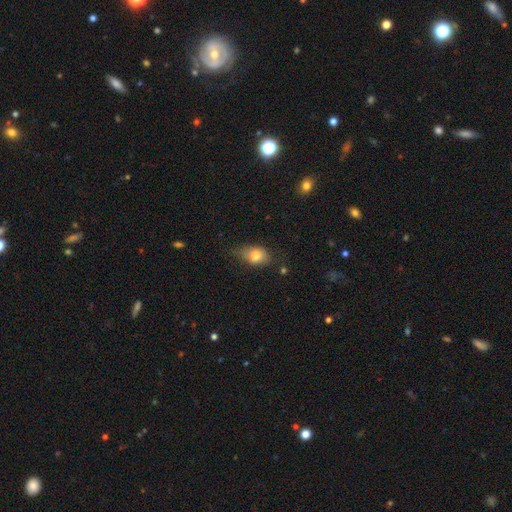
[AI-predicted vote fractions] A smooth galaxy with no disk features (77%) that is in between round and cigar-shaped (76%).

Vote fractions:
- Smooth or featured? smooth: 77% / featured or disk: 14% / star or artifact: 9%
- How rounded? in between: 76% / round: 21% / cigar-shaped: 3%
- Merging? none: 54% / minor disturbance: 34% / major disturbance: 10% / merger: 2%